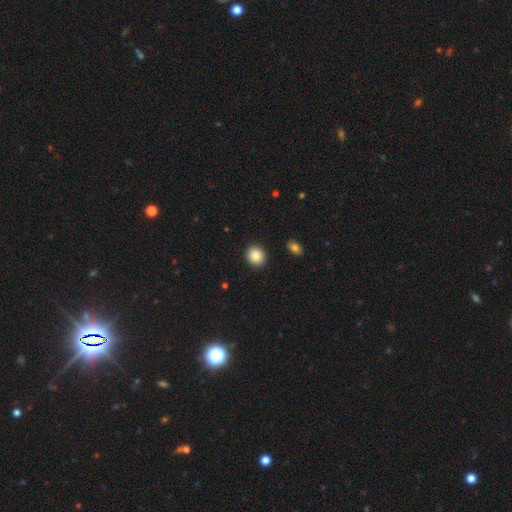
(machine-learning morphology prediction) Smooth or featured?
  - smooth: 86% *
  - star or artifact: 8%
  - featured or disk: 6%
How rounded?
  - round: 83% *
  - in between: 16%
  - cigar-shaped: 1%
Merging?
  - none: 92% *
  - minor disturbance: 5%
  - major disturbance: 2%
  - merger: 1%